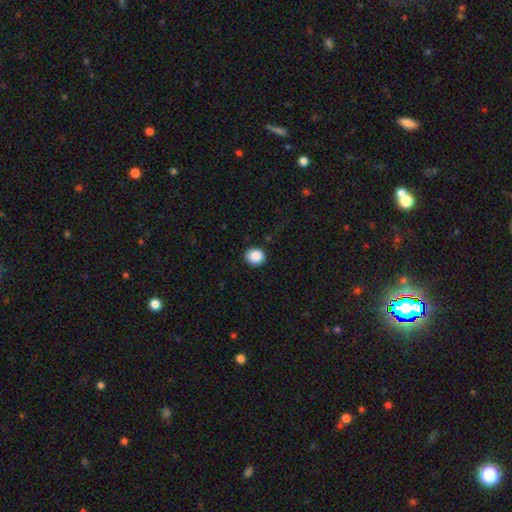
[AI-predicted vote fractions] A smooth galaxy with no disk features (88%) that is round (82%).

Vote fractions:
- Smooth or featured? smooth: 88% / star or artifact: 9% / featured or disk: 3%
- How rounded? round: 82% / in between: 17% / cigar-shaped: 1%
- Merging? none: 90% / minor disturbance: 7% / major disturbance: 2% / merger: 1%